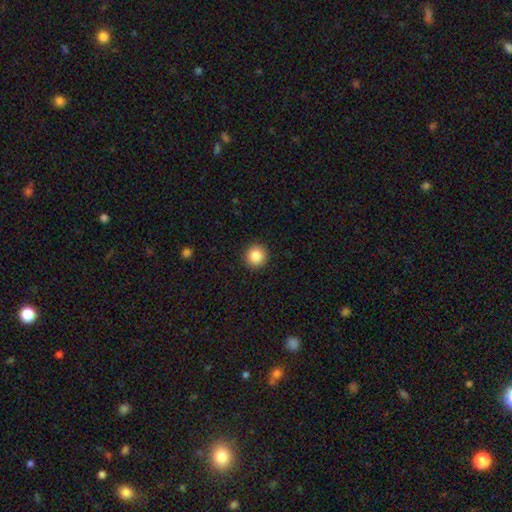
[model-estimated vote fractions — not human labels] Smooth or featured? Predicted: smooth (p=0.86). How rounded? Predicted: round (p=0.94). Merging? Predicted: none (p=0.93).